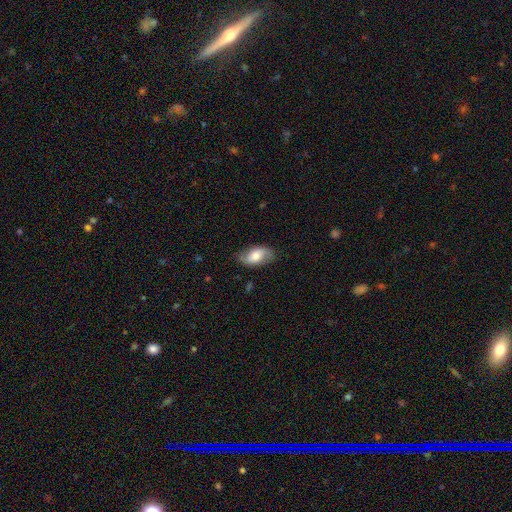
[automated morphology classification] This appears to be a smooth galaxy with no disk features (54%) that is in between round and cigar-shaped (92%). Merging: none (77%).